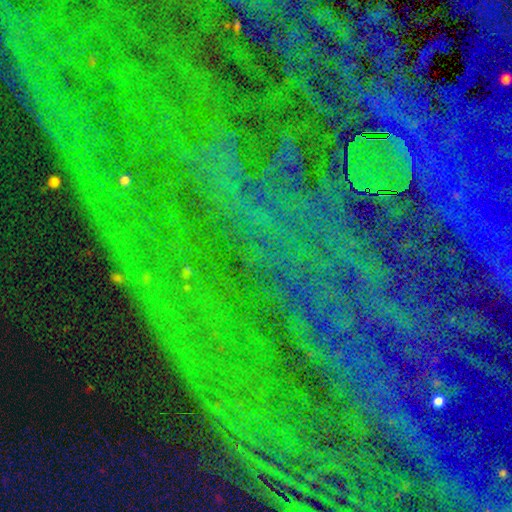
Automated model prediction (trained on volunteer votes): Q: Smooth or featured?
A: star or artifact (85%); runner-up: featured or disk (8%)